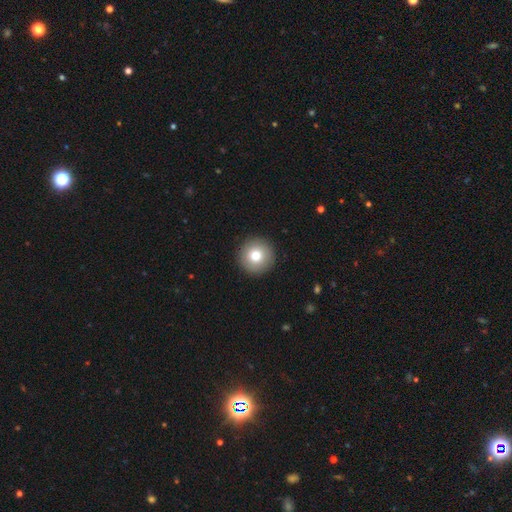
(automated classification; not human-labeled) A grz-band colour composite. It shows a smooth galaxy with no disk features (76%) that is round (96%). Merging: none (93%).